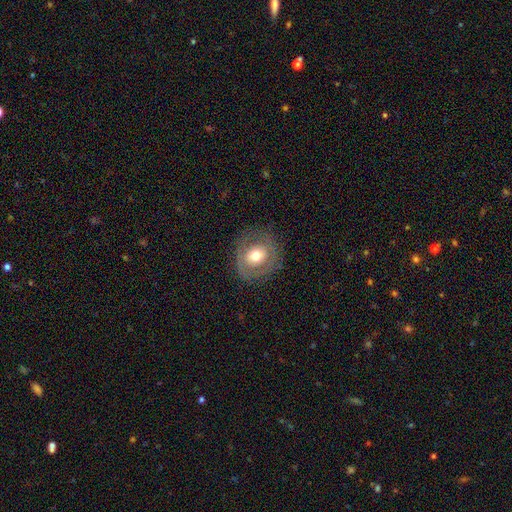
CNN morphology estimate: Smooth or featured? Predicted: smooth (p=0.50). Merging? Predicted: none (p=0.78).